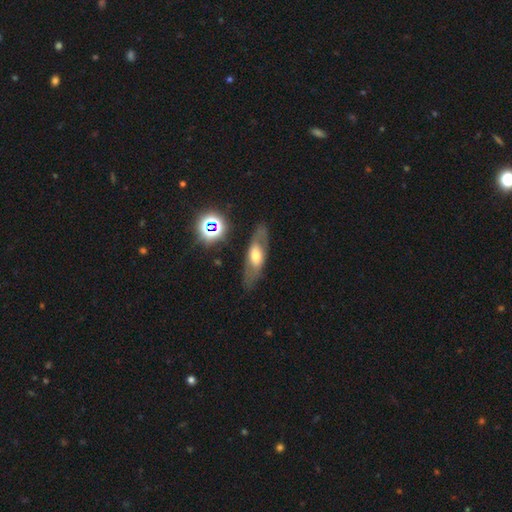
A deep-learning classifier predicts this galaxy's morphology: A featured or disk galaxy (54%).

Vote fractions:
- Smooth or featured? featured or disk: 54% / smooth: 36% / star or artifact: 9%
- Edge-on disk? no: 67% / yes: 33%
- Merging? none: 79% / minor disturbance: 13% / major disturbance: 6% / merger: 2%